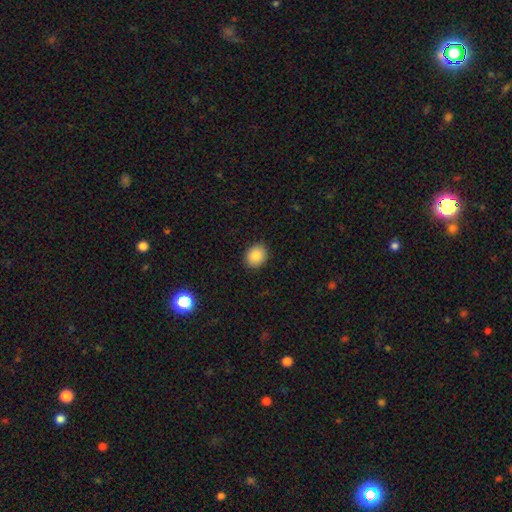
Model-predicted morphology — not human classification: A smooth galaxy with no disk features (86%) that is round (64%).

Vote fractions:
- Smooth or featured? smooth: 86% / star or artifact: 9% / featured or disk: 5%
- How rounded? round: 64% / in between: 35% / cigar-shaped: 1%
- Merging? none: 90% / minor disturbance: 7% / major disturbance: 2% / merger: 1%